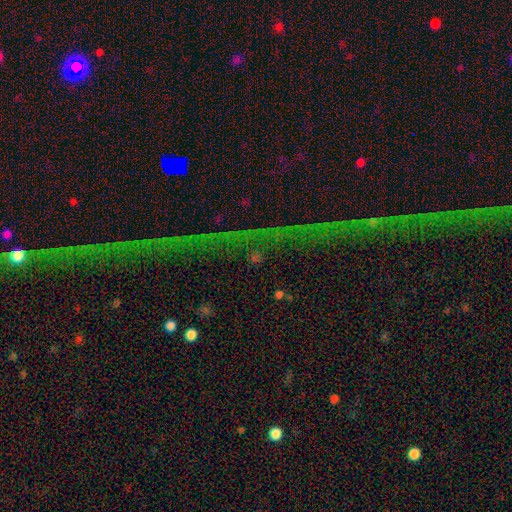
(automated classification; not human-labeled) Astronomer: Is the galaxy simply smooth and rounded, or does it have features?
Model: star or artifact — 71%.